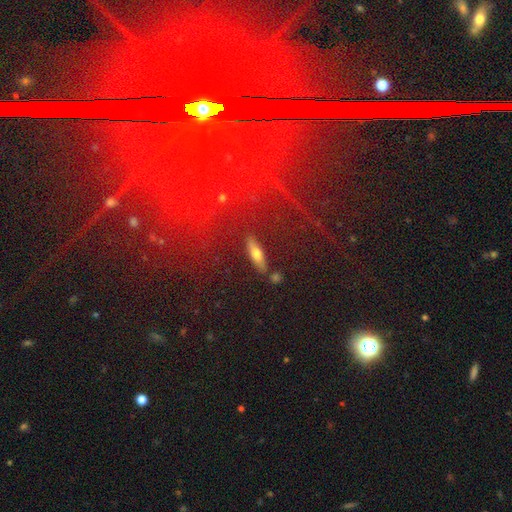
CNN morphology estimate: Smooth or featured?
  - smooth: 40% *
  - featured or disk: 38%
  - star or artifact: 21%
Merging?
  - none: 85% *
  - minor disturbance: 9%
  - major disturbance: 3%
  - merger: 3%